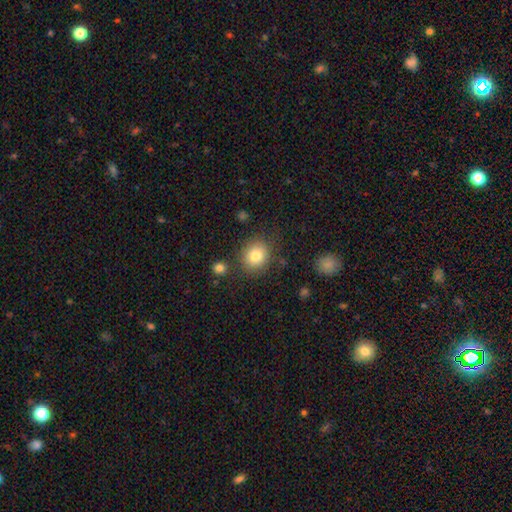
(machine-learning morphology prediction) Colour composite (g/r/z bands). It shows a smooth galaxy with no disk features (81%) that is round (78%). Merging: none (82%).